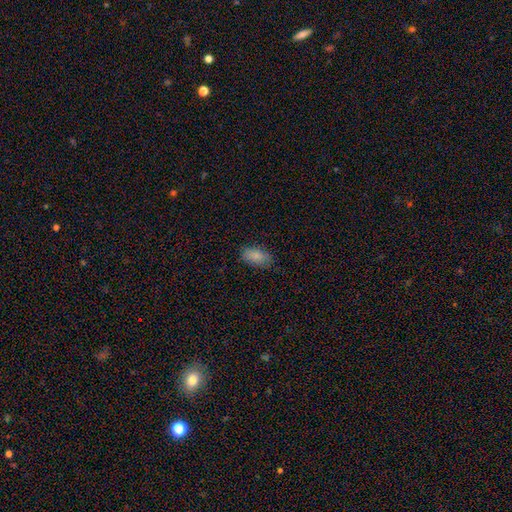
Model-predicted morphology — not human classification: This appears to be a smooth galaxy with no disk features (85%) that is in between round and cigar-shaped (92%). Merging: none (79%).